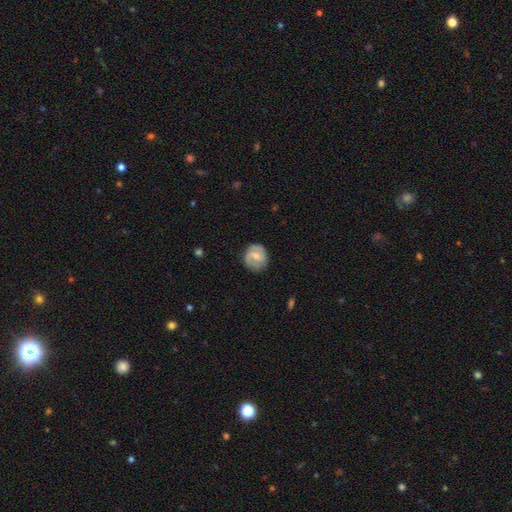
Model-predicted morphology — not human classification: smooth_or_featured: featured or disk (p=0.61) [alt: smooth p=0.33]
disk_edge_on: no (p=0.97) [alt: yes p=0.03]
bar: weak (p=0.53) [alt: no p=0.31]
has_spiral_arms: yes (p=0.85) [alt: no p=0.15]
bulge_size: moderate (p=0.46) [alt: small p=0.44]
merging: none (p=0.78) [alt: minor disturbance p=0.16]